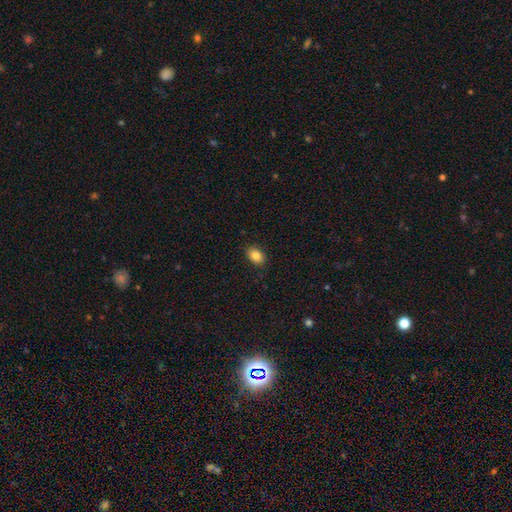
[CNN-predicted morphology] Q: Smooth or featured?
A: smooth (85%); runner-up: star or artifact (9%)
Q: How rounded?
A: in between (78%); runner-up: round (21%)
Q: Merging?
A: none (88%); runner-up: minor disturbance (9%)